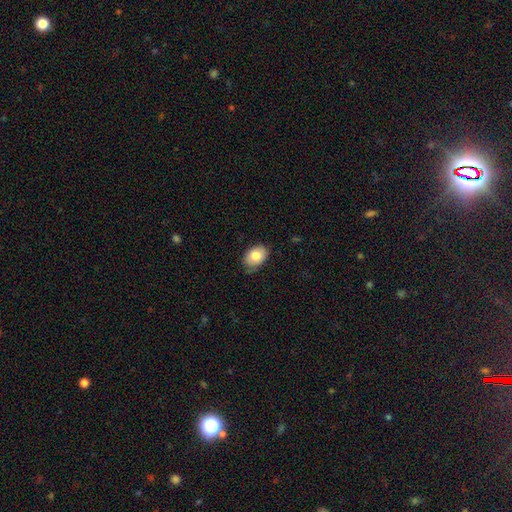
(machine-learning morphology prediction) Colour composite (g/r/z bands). It shows a smooth galaxy with no disk features (80%) that is in between round and cigar-shaped (80%). Merging: none (74%).